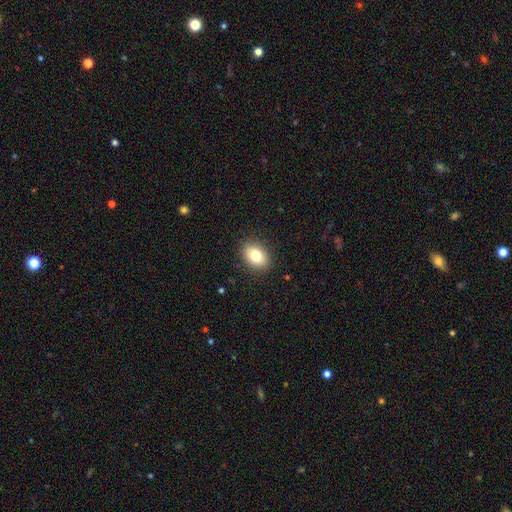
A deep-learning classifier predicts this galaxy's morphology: Overall: smooth (80%). How rounded: in between (73%). Merging: none (88%).